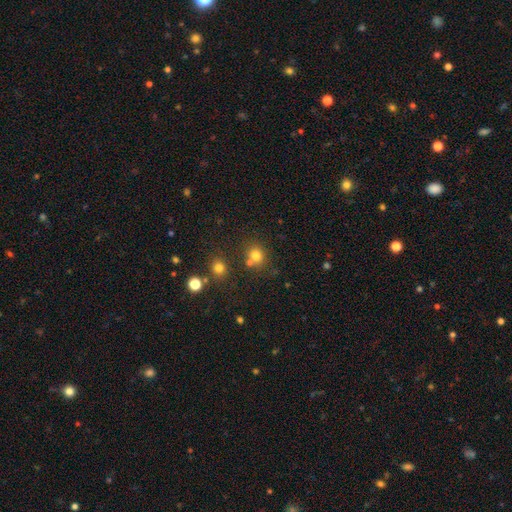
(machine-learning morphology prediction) The model was most divided on "merging": none: 67%, merger: 21%, minor disturbance: 9%, major disturbance: 4%. More confident: how rounded — round (82%); smooth or featured — smooth (77%).